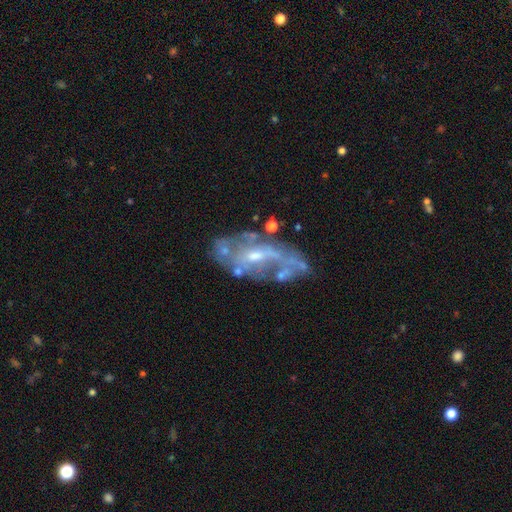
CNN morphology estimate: Overall: featured or disk (77%). Edge-on disk: no (93%). Bar: no (49%; weak 39%). Spiral arms: yes (51%; no 49%). Bulge size: small (52%; moderate 38%). Merging: none (48%; minor disturbance 22%).